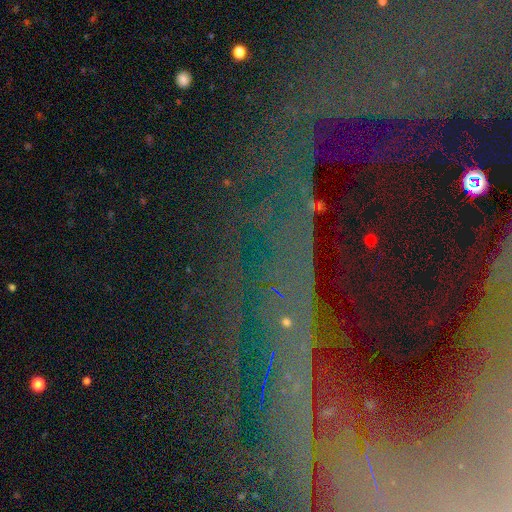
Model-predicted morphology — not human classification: A star or artifact, not a galaxy (69%).

Vote fractions:
- Smooth or featured? star or artifact: 69% / featured or disk: 20% / smooth: 11%